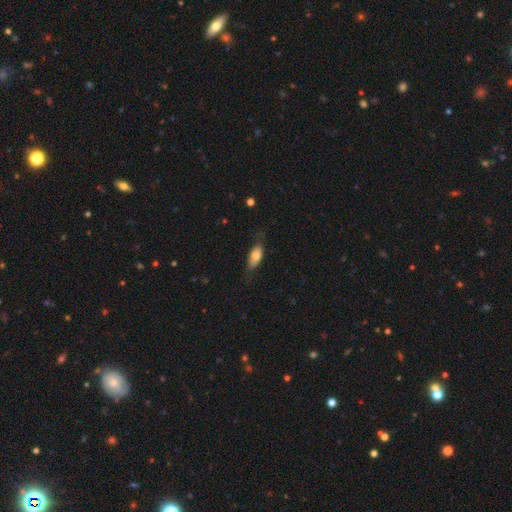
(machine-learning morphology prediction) Overall: smooth (69%). How rounded: in between (78%). Merging: none (65%).